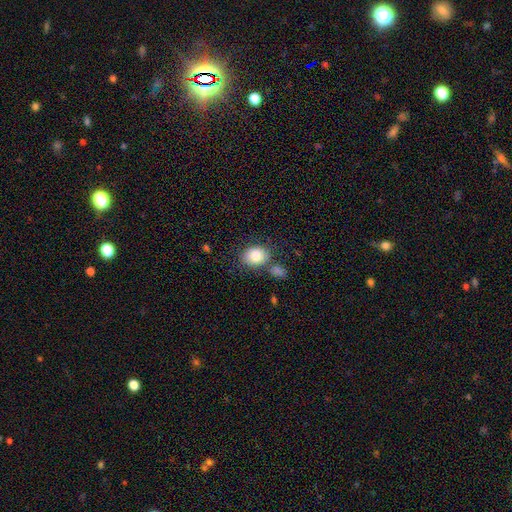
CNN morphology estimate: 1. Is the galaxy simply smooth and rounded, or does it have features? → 83% smooth, 9% featured or disk, 8% star or artifact.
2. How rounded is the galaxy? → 60% in between, 39% round, 1% cigar-shaped.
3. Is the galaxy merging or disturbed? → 68% none, 15% merger, 13% minor disturbance, 4% major disturbance.